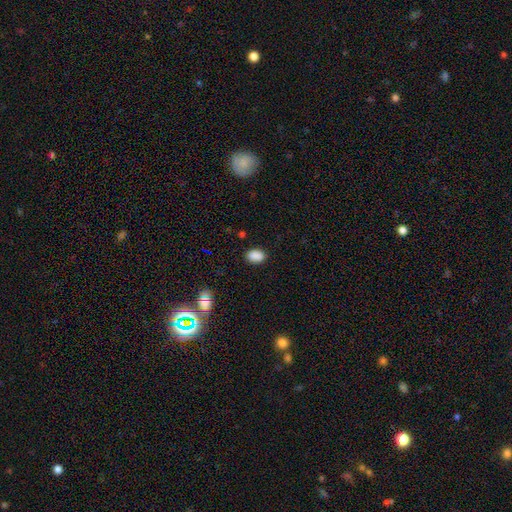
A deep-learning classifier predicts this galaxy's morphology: Smooth or featured? Predicted: smooth (p=0.88). How rounded? Predicted: in between (p=0.79). Merging? Predicted: none (p=0.86).